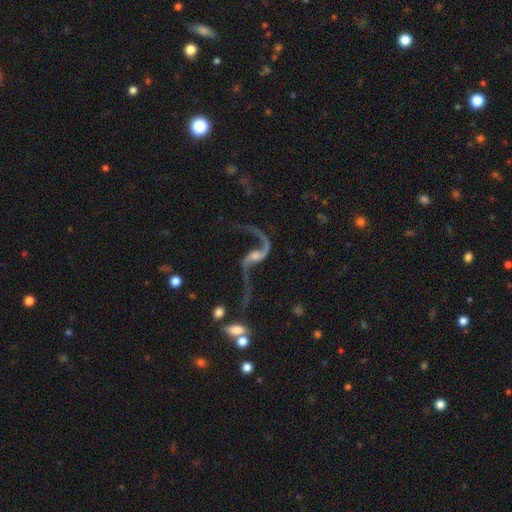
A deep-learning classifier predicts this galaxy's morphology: The model was most divided on "bulge size": moderate: 37%, small: 32%, none: 19%, large: 9%, dominant: 3%. Remaining: spiral arms — yes (96%); edge-on disk — no (96%); spiral winding — loose (93%); spiral arm count — 2 (93%); smooth or featured — featured or disk (91%); merging — none (51%); bar — no (46%).